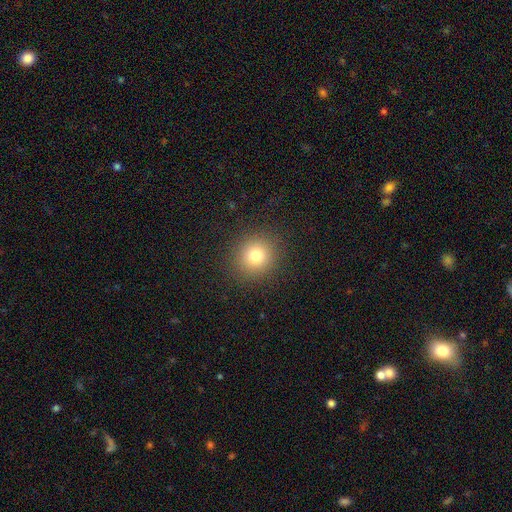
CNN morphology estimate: Q: Smooth or featured?
A: smooth (78%); runner-up: star or artifact (14%)
Q: How rounded?
A: round (88%); runner-up: in between (11%)
Q: Merging?
A: none (90%); runner-up: minor disturbance (6%)